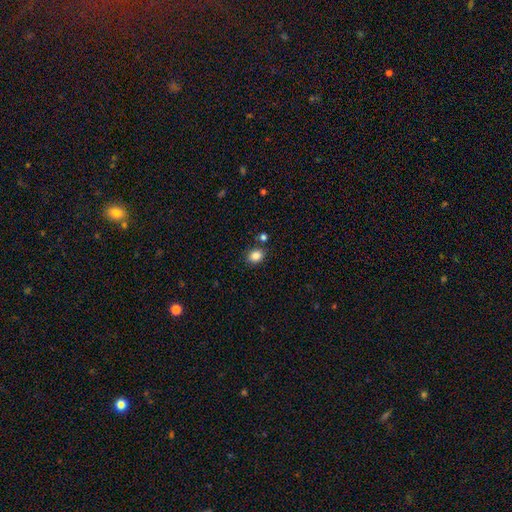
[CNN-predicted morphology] Smooth or featured? smooth (85%)
How rounded? round (52%)
Merging? none (82%)